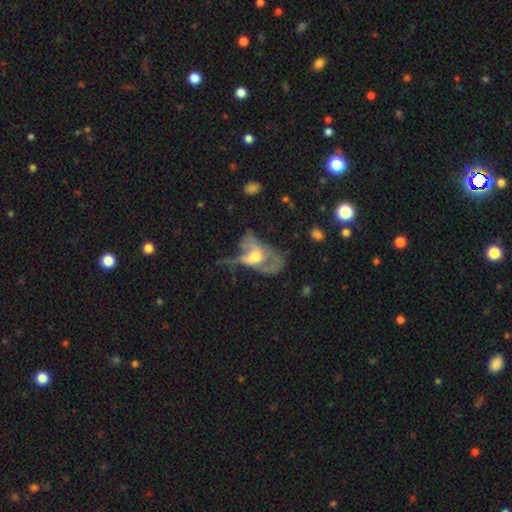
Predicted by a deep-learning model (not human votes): The model was most divided on "spiral arms": no: 53%, yes: 47%. More confident: edge-on disk — no (94%); bar — no (74%); smooth or featured — featured or disk (64%); merging — major disturbance (58%); bulge size — moderate (56%).